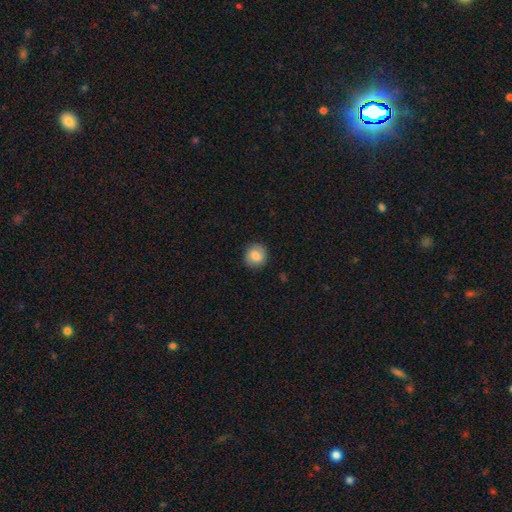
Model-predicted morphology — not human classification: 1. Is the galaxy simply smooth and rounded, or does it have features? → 75% smooth, 17% featured or disk, 8% star or artifact.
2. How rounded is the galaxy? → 85% round, 14% in between, 1% cigar-shaped.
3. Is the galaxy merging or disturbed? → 86% none, 10% minor disturbance, 3% major disturbance, 1% merger.